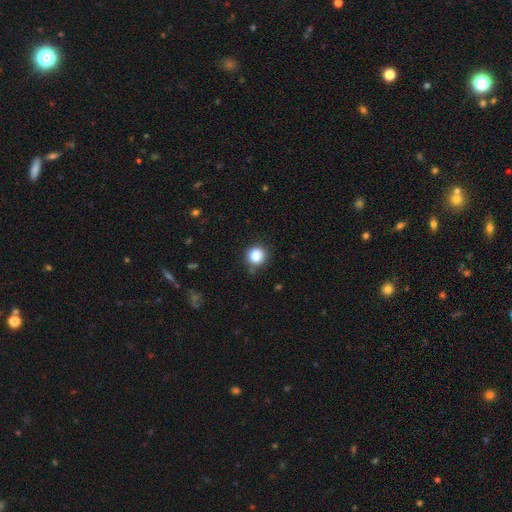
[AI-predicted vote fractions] Morphology: type=smooth (83%); roundness=round (88%); merging=none (79%).